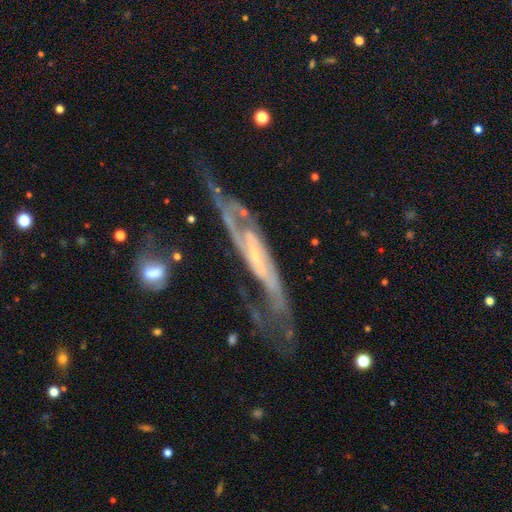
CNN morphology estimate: Smooth or featured: featured or disk — 87% (smooth — 7%)
Edge-on disk: no — 72% (yes — 28%)
Bar: weak — 36% (strong — 32%)
Spiral arms: yes — 93% (no — 7%)
Spiral winding: medium — 46% (tight — 31%)
Spiral arm count: 2 — 70% (can't tell — 17%)
Bulge size: small — 73% (moderate — 17%)
Merging: none — 53% (minor disturbance — 21%)